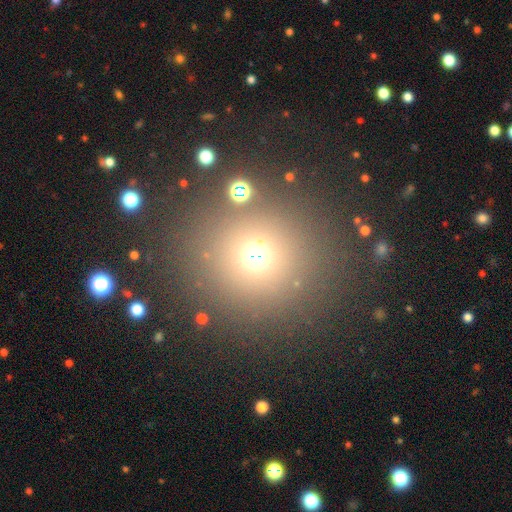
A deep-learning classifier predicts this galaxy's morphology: type=smooth (60%); roundness=round (91%); merging=none (80%).